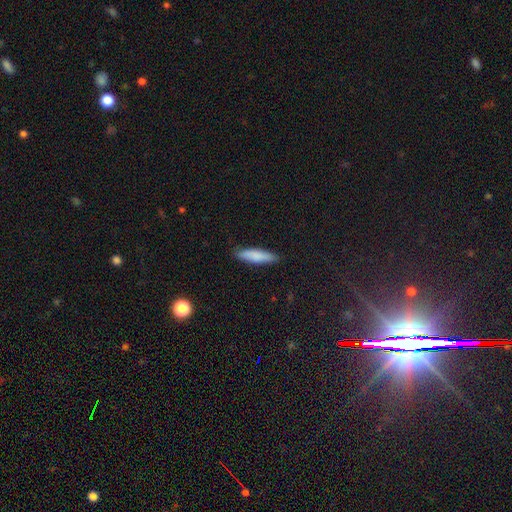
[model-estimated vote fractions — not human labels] Overall: smooth (82%). How rounded: cigar-shaped (73%). Merging: none (86%).